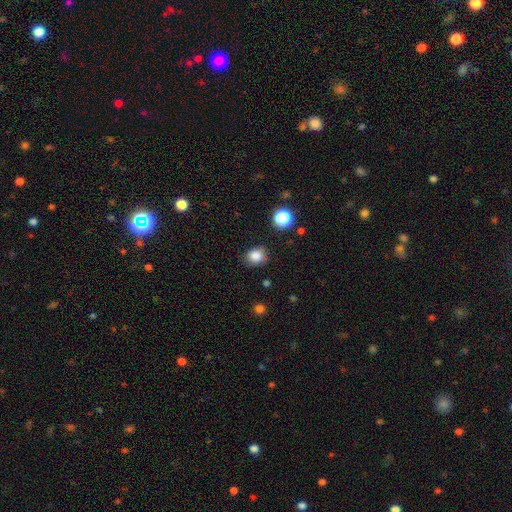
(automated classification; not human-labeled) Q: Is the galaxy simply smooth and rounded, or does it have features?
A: smooth — 83%.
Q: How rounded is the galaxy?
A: round — 60%.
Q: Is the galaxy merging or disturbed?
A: none — 82%.